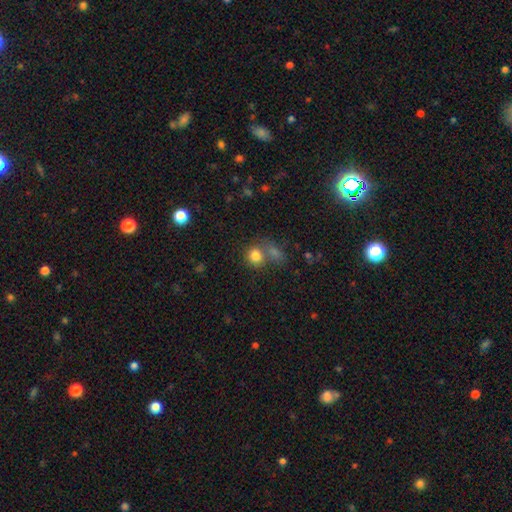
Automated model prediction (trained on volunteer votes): The model was most divided on "merging": none: 50%, merger: 34%, minor disturbance: 11%, major disturbance: 5%. More confident: smooth or featured — smooth (81%); how rounded — round (76%).